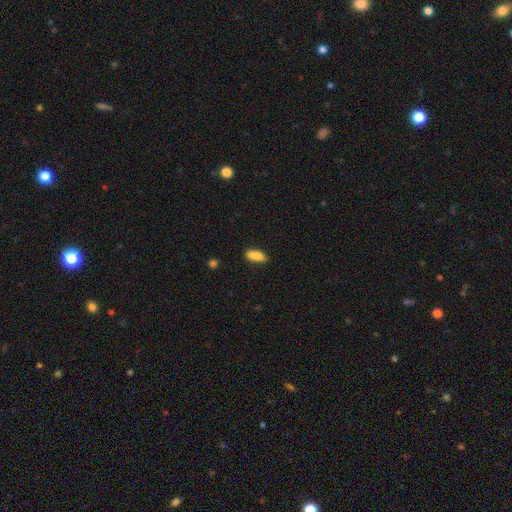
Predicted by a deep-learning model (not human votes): A smooth galaxy with no disk features (84%) that is in between round and cigar-shaped (67%). Merging: none (67%).